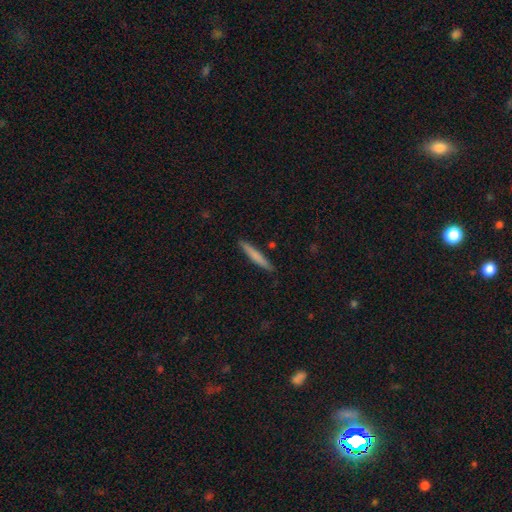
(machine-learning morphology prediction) Smooth or featured?
  - smooth: 73% *
  - featured or disk: 21%
  - star or artifact: 6%
How rounded?
  - cigar-shaped: 95% *
  - in between: 4%
  - round: 1%
Merging?
  - none: 89% *
  - minor disturbance: 8%
  - merger: 2%
  - major disturbance: 2%